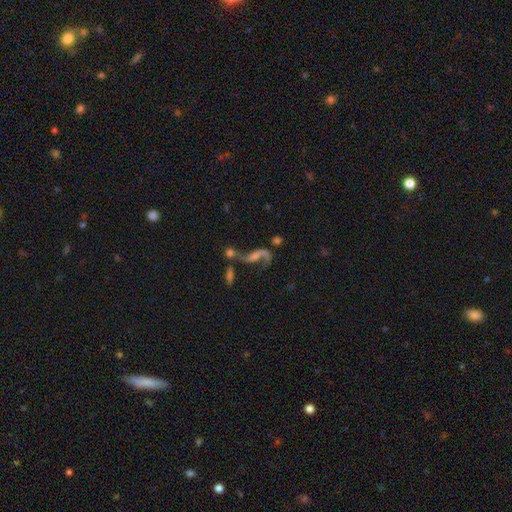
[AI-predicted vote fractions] A featured or disk galaxy (70%) with no bar (53%), 2 (72%) loose (86%) spiral arms (83%) and no central bulge (36%). Merging: merger (42%).